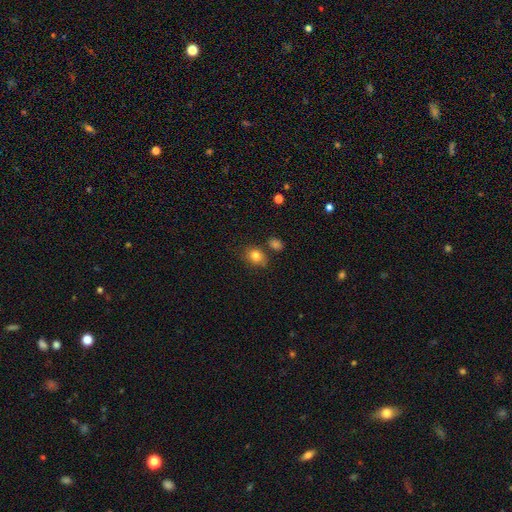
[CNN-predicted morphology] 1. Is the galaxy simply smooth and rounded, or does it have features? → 81% smooth, 10% star or artifact, 8% featured or disk.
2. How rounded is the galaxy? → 52% round, 47% in between, 1% cigar-shaped.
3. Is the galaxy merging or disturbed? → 73% none, 14% minor disturbance, 9% merger, 4% major disturbance.